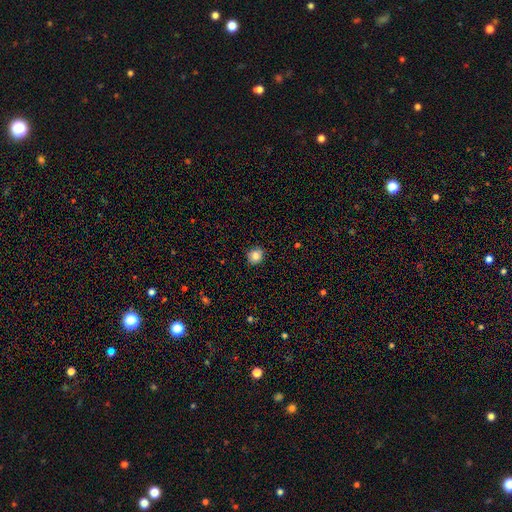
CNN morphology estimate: This appears to be a smooth galaxy with no disk features (83%) that is round (86%). Merging: none (88%).